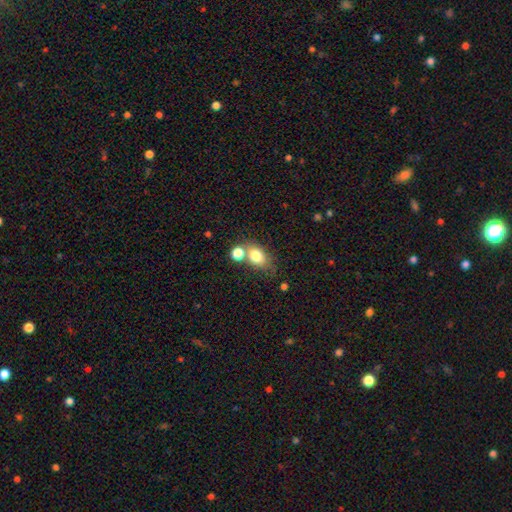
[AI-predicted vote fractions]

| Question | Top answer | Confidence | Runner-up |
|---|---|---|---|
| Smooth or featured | smooth | 79% | featured or disk (11%) |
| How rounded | in between | 66% | round (32%) |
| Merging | none | 51% | merger (29%) |